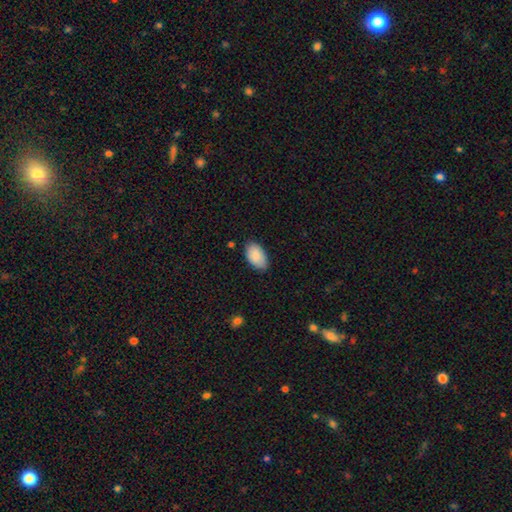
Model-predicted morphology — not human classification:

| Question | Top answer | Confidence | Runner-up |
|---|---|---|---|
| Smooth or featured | smooth | 88% | featured or disk (6%) |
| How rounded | in between | 95% | round (4%) |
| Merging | none | 81% | minor disturbance (16%) |